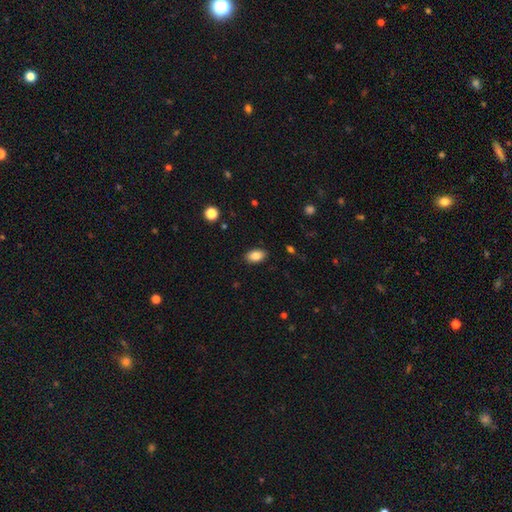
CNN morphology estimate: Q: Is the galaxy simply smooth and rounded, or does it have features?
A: smooth — 86%.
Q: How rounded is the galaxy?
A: in between — 91%.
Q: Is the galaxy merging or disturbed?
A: none — 88%.